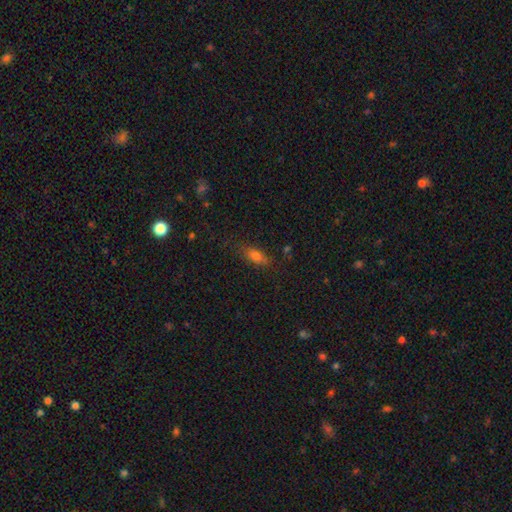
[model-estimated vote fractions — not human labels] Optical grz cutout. It shows a smooth galaxy with no disk features (74%) that is in between round and cigar-shaped (75%). Merging: none (76%).